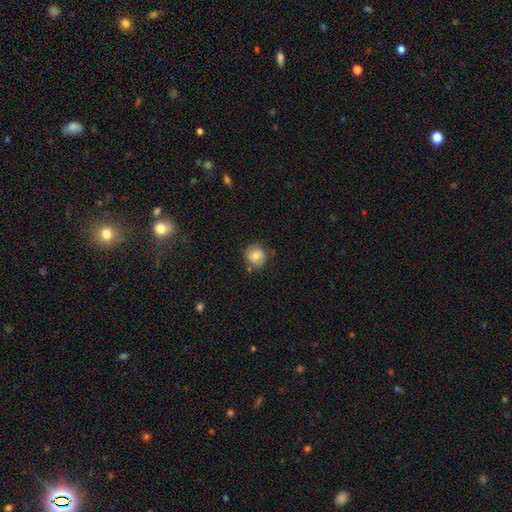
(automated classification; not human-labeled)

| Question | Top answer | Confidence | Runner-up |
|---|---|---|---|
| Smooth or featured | smooth | 79% | featured or disk (12%) |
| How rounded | round | 89% | in between (10%) |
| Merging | none | 78% | minor disturbance (15%) |